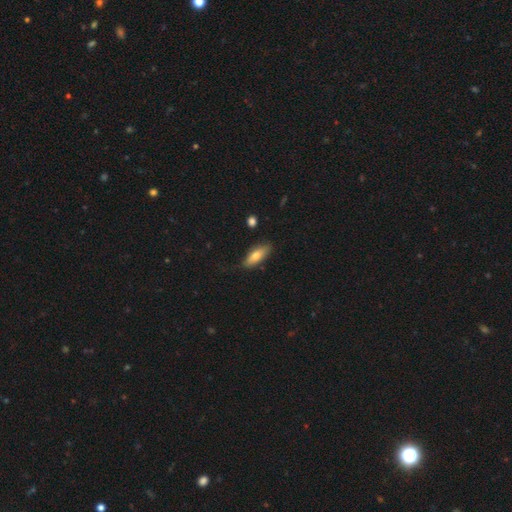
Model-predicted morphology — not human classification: This appears to be a smooth galaxy with no disk features (74%) that is in between round and cigar-shaped (68%). Merging: none (76%).